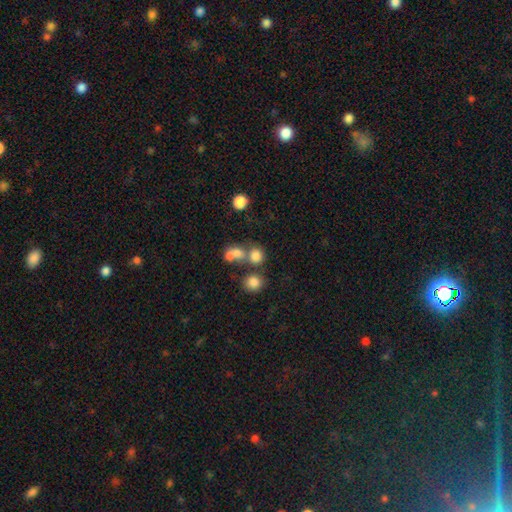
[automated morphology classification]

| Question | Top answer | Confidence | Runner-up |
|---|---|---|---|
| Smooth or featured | smooth | 75% | star or artifact (15%) |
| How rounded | round | 81% | in between (18%) |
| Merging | none | 50% | merger (37%) |